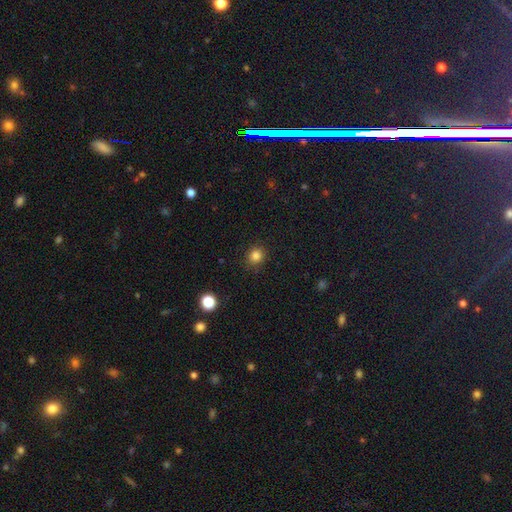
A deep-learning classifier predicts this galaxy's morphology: Smooth or featured? Predicted: smooth (p=0.83). How rounded? Predicted: round (p=0.83). Merging? Predicted: none (p=0.87).